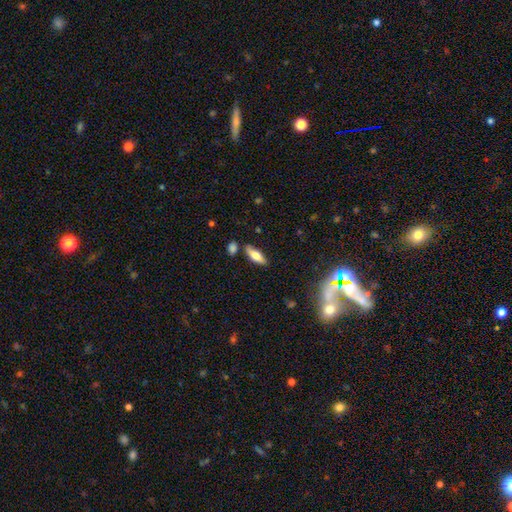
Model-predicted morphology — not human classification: smooth-or-featured: smooth: 66% | featured or disk: 28% | star or artifact: 7%
  how-rounded: in between: 63% | cigar-shaped: 35% | round: 2%
  merging: none: 80% | minor disturbance: 12% | merger: 5% | major disturbance: 3%